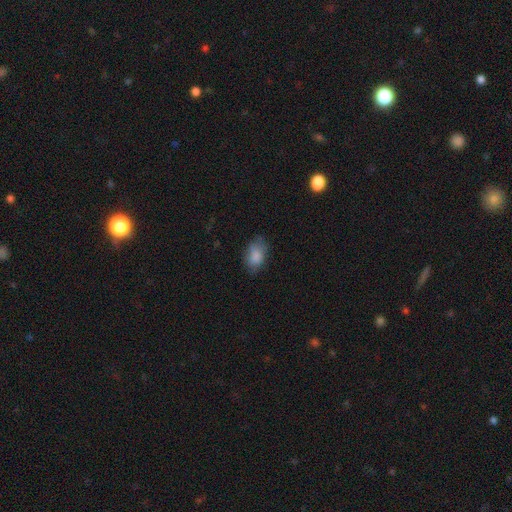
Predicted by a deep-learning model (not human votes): Q: Smooth or featured?
A: smooth (83%); runner-up: featured or disk (9%)
Q: How rounded?
A: in between (88%); runner-up: round (11%)
Q: Merging?
A: none (67%); runner-up: minor disturbance (24%)